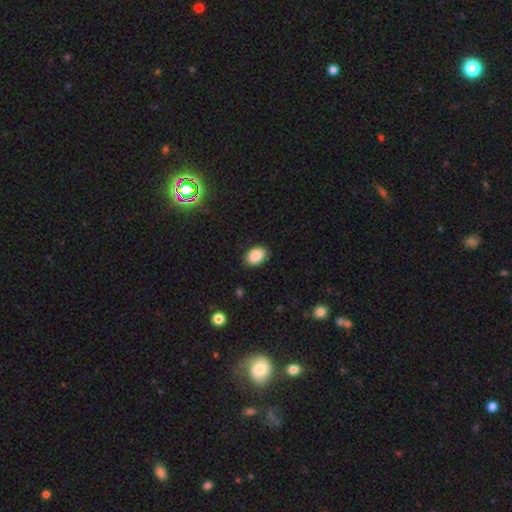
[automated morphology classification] smooth-or-featured: smooth: 85% | star or artifact: 8% | featured or disk: 6%
  how-rounded: in between: 81% | round: 18% | cigar-shaped: 1%
  merging: none: 84% | minor disturbance: 12% | major disturbance: 2% | merger: 1%